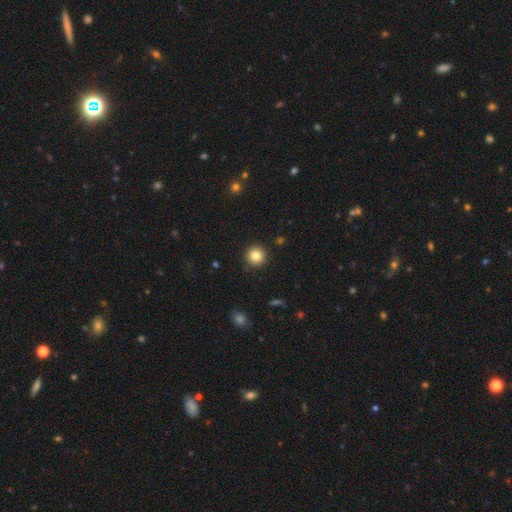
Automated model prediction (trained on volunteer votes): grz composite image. It shows a smooth galaxy with no disk features (84%) that is round (95%). Merging: none (91%).